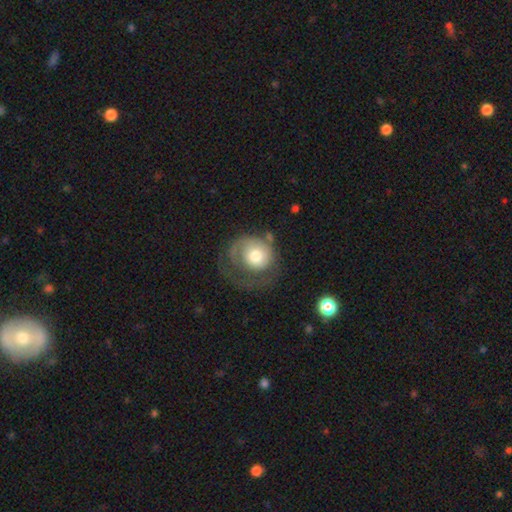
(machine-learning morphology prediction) Q: Smooth or featured?
A: smooth (47%); runner-up: featured or disk (46%)
Q: Merging?
A: major disturbance (43%); runner-up: none (33%)